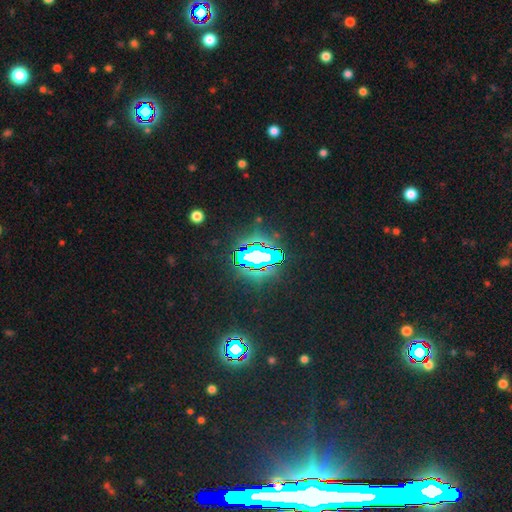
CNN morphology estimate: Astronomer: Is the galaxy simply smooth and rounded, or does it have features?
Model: star or artifact — 83%.